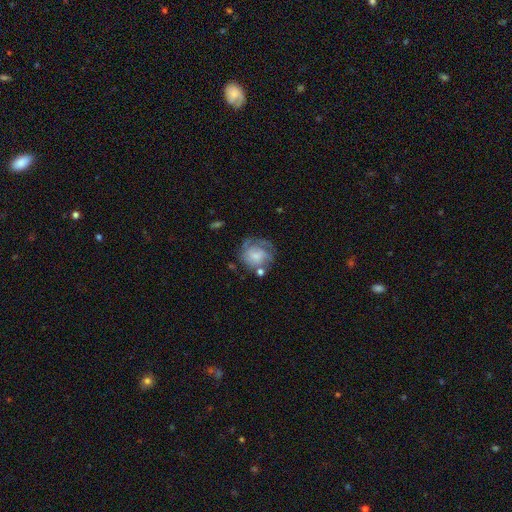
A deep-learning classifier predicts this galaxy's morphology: Smooth or featured? Predicted: featured or disk (p=0.52). Edge-on disk? Predicted: no (p=0.98). Bar? Predicted: no (p=0.71). Spiral arms? Predicted: yes (p=0.70). Bulge size? Predicted: small (p=0.42). Merging? Predicted: none (p=0.49).